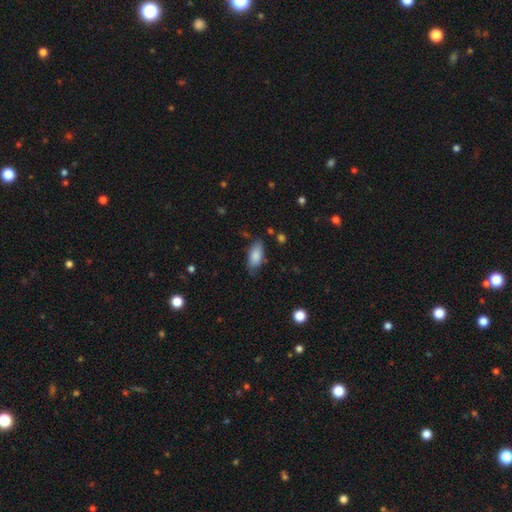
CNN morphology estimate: Smooth or featured? smooth (84%)
How rounded? in between (87%)
Merging? none (72%)